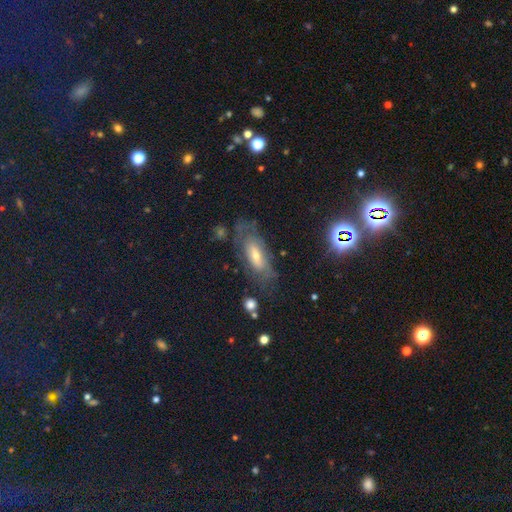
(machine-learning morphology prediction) A featured or disk galaxy (56%). Merging: none (62%).